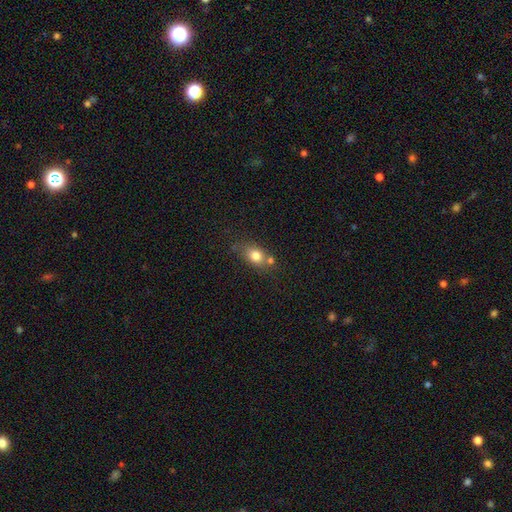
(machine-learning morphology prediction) This is likely a smooth galaxy (78%). How rounded: possibly in between (59%). Merging: possibly none (56%).